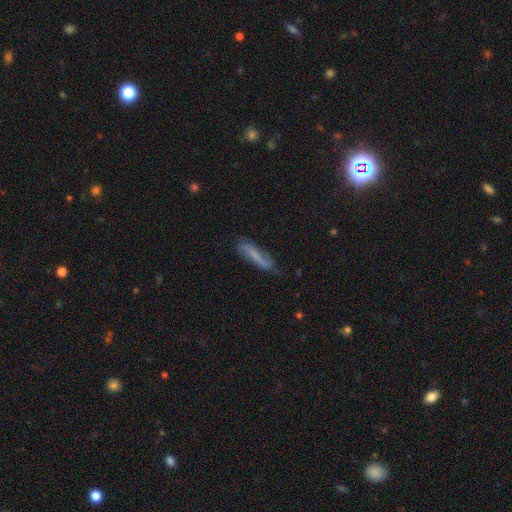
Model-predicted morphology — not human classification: smooth 47%, featured or disk 44%, star or artifact 9%. Down the decision tree: merging — none (70%).